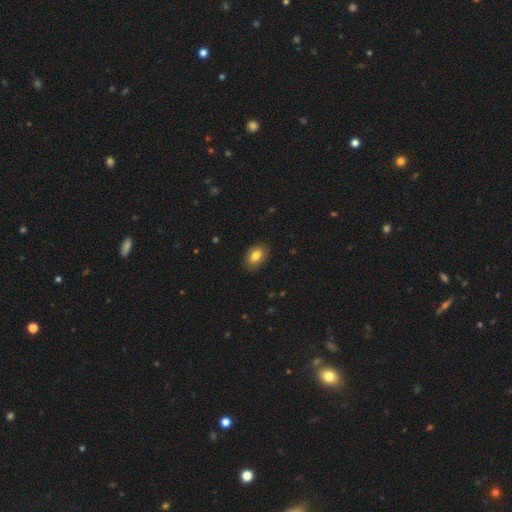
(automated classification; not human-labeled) This appears to be a smooth galaxy with no disk features (80%) that is in between round and cigar-shaped (87%). Merging: none (86%).